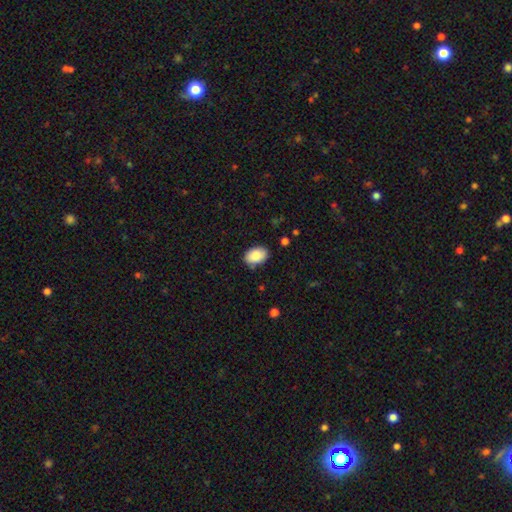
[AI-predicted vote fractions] This appears to be a smooth galaxy with no disk features (87%) that is in between round and cigar-shaped (86%). Merging: none (82%).